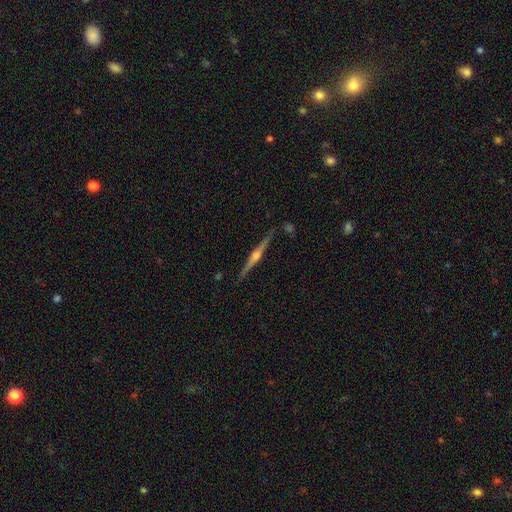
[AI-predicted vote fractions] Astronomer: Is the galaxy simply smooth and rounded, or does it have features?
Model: featured or disk — 86%.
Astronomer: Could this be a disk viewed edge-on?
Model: yes — 99%.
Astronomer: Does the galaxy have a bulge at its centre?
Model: rounded — 92%.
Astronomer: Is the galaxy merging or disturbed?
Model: none — 90%.